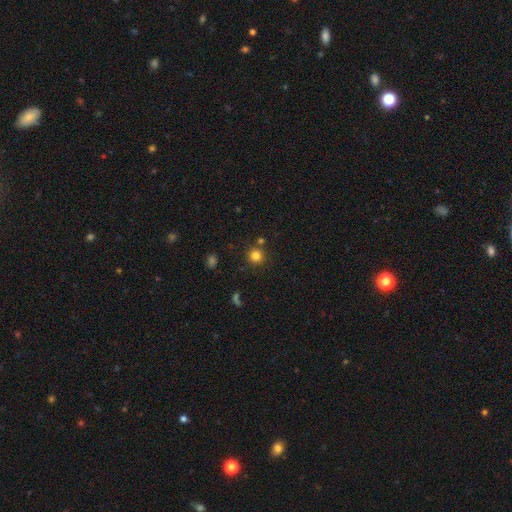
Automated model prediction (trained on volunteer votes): Smooth or featured? smooth (81%)
How rounded? round (93%)
Merging? none (82%)